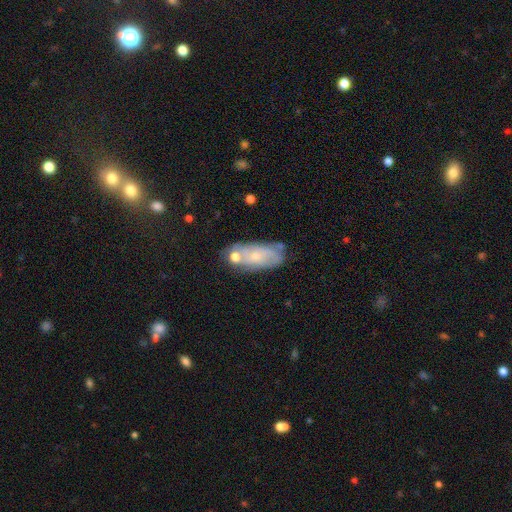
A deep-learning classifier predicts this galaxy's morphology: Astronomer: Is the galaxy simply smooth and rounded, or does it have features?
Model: featured or disk — 49% (runner-up: smooth, 42%).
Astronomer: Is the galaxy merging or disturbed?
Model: none — 53%.